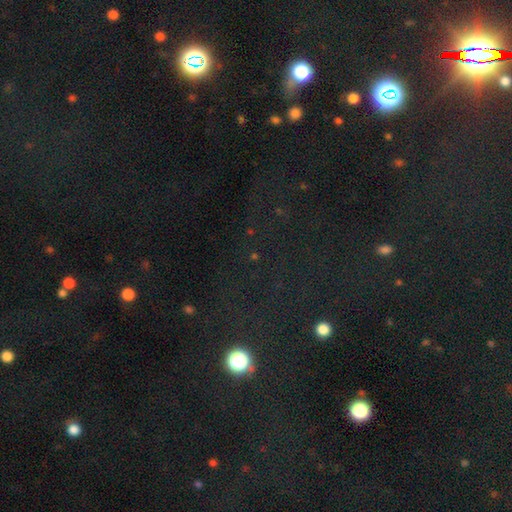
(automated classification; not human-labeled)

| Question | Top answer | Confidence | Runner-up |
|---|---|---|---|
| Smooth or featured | star or artifact | 71% | smooth (20%) |